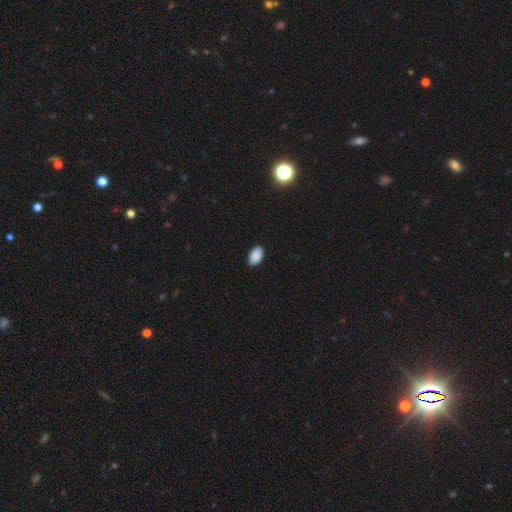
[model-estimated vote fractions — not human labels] Smooth or featured? Predicted: smooth (p=0.89). How rounded? Predicted: in between (p=0.93). Merging? Predicted: none (p=0.89).